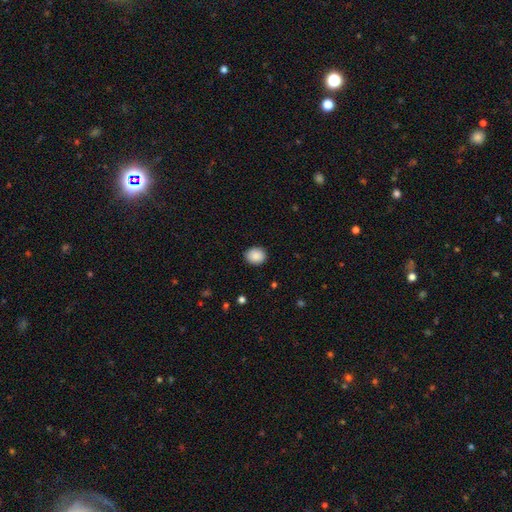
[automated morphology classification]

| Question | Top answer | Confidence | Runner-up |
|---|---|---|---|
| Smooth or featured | smooth | 88% | star or artifact (8%) |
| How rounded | round | 66% | in between (33%) |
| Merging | none | 89% | minor disturbance (8%) |